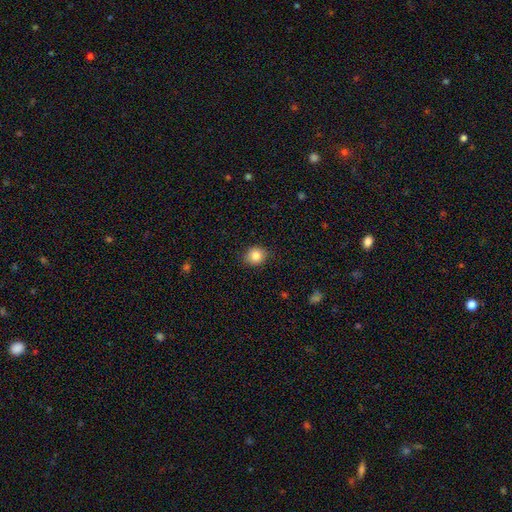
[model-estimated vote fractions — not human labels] Smooth or featured: smooth — 84% (star or artifact — 10%)
How rounded: round — 80% (in between — 19%)
Merging: none — 89% (minor disturbance — 8%)